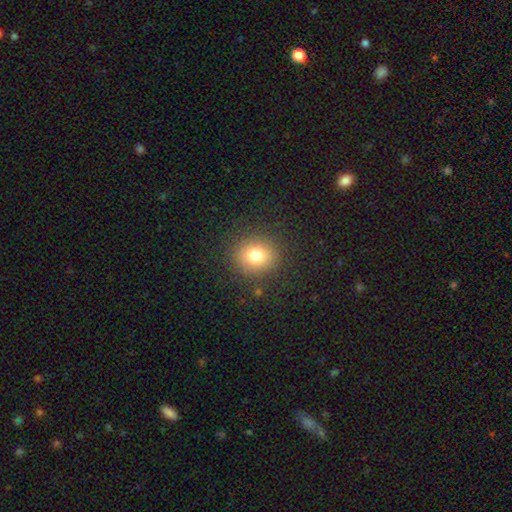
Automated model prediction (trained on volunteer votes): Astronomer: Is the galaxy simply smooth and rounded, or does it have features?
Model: smooth — 77%.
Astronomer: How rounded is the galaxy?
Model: round — 80%.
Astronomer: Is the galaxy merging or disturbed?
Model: none — 86%.